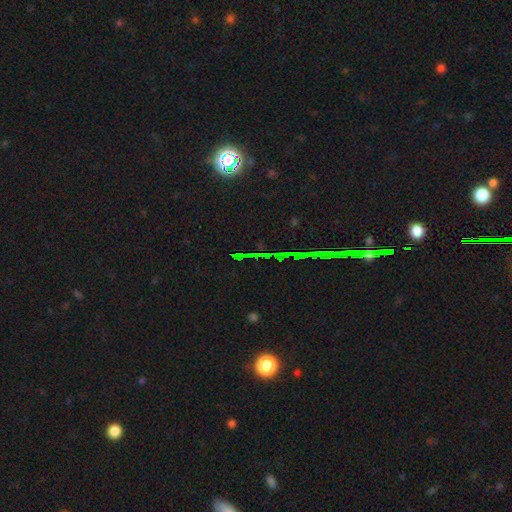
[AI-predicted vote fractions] smooth_or_featured: star or artifact (p=0.75) [alt: smooth p=0.15]